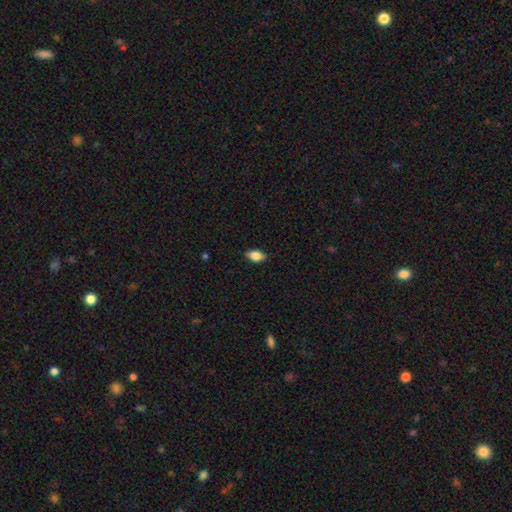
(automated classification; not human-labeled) Overall: smooth (84%). How rounded: in between (89%). Merging: none (85%).